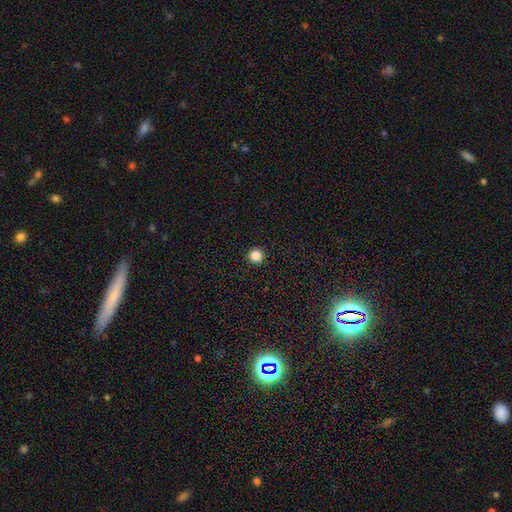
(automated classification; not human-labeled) Q: Smooth or featured?
A: smooth (86%); runner-up: star or artifact (11%)
Q: How rounded?
A: round (96%); runner-up: in between (3%)
Q: Merging?
A: none (94%); runner-up: minor disturbance (4%)